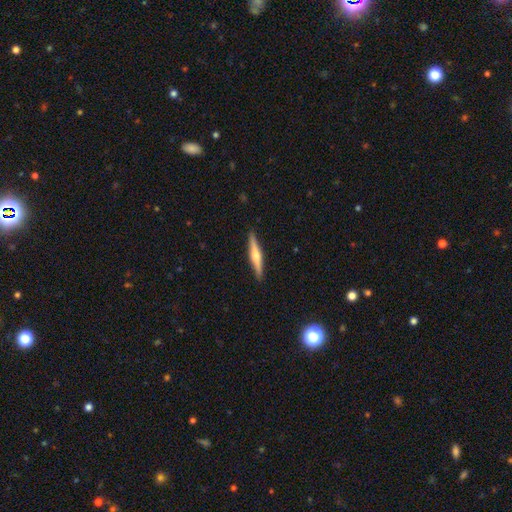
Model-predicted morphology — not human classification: A featured or disk galaxy (64%) viewed edge-on (97%) with a rounded central bulge (87%). Merging: none (91%).